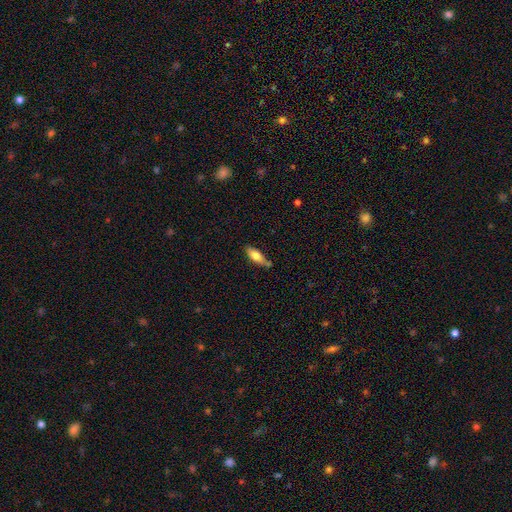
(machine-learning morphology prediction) Smooth or featured?
  - smooth: 73% *
  - featured or disk: 21%
  - star or artifact: 6%
How rounded?
  - in between: 69% *
  - cigar-shaped: 29%
  - round: 2%
Merging?
  - none: 63% *
  - minor disturbance: 23%
  - merger: 10%
  - major disturbance: 5%